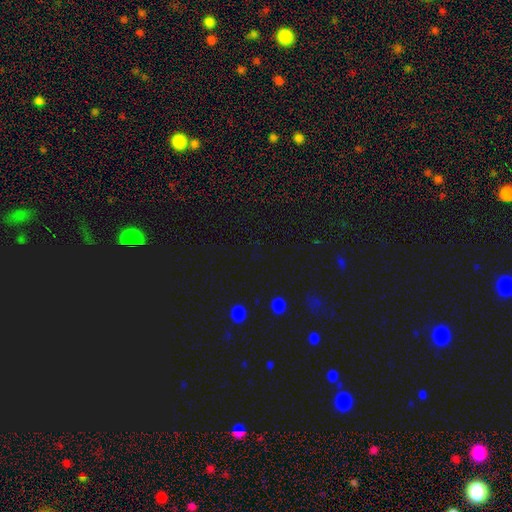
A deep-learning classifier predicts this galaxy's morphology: smooth_or_featured: star or artifact (p=0.60) [alt: smooth p=0.33]